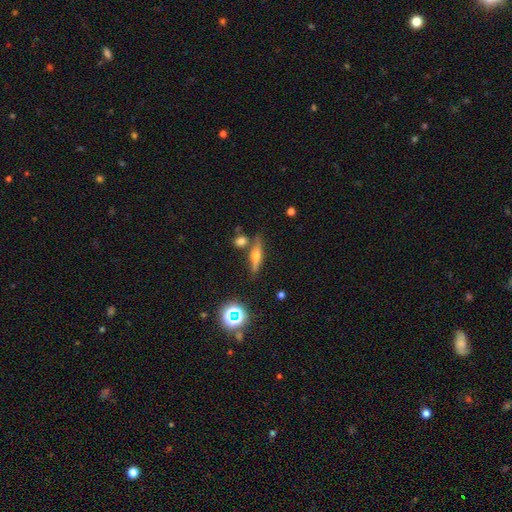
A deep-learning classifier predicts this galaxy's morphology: A featured or disk galaxy (51%) viewed edge-on (91%).

Vote fractions:
- Smooth or featured? featured or disk: 51% / smooth: 38% / star or artifact: 12%
- Edge-on disk? yes: 91% / no: 9%
- Merging? none: 73% / minor disturbance: 12% / merger: 11% / major disturbance: 4%